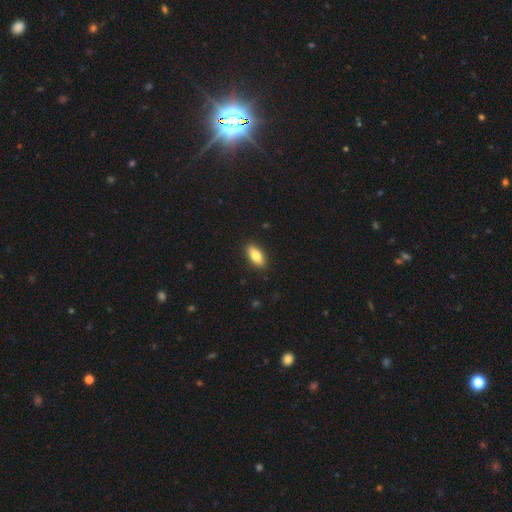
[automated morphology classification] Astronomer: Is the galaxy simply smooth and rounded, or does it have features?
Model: smooth — 79%.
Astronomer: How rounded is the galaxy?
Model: in between — 85%.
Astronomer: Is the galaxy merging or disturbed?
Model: none — 90%.